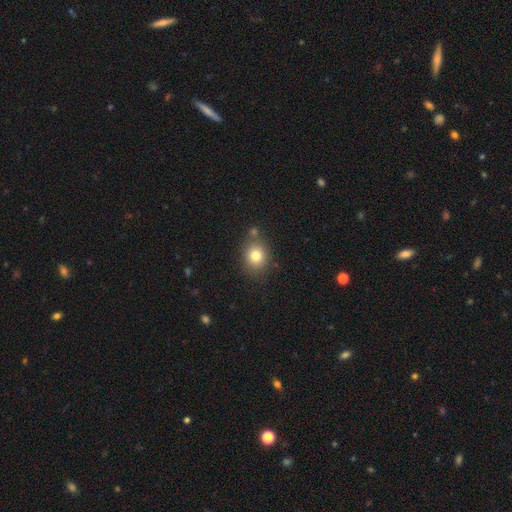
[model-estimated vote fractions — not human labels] This is likely a smooth galaxy (79%). How rounded: likely round (69%). Merging: likely none (74%).